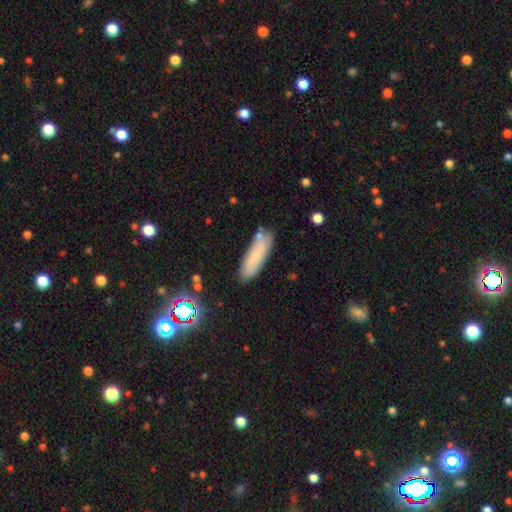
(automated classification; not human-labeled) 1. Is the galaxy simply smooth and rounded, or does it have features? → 77% smooth, 13% featured or disk, 10% star or artifact.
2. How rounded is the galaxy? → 59% cigar-shaped, 39% in between, 2% round.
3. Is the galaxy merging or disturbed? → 77% none, 15% minor disturbance, 5% merger, 3% major disturbance.